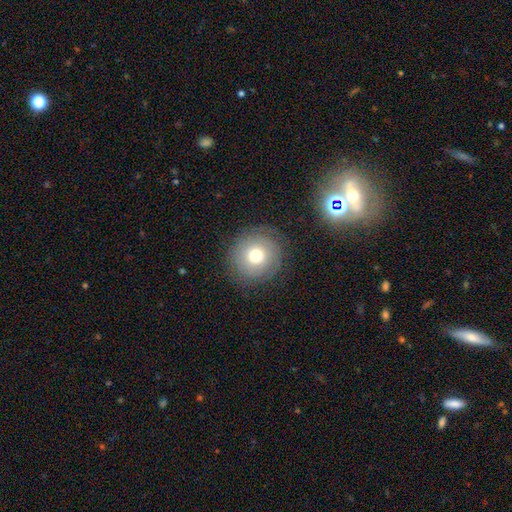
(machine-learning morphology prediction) type=smooth (66%); roundness=round (94%); merging=none (83%).